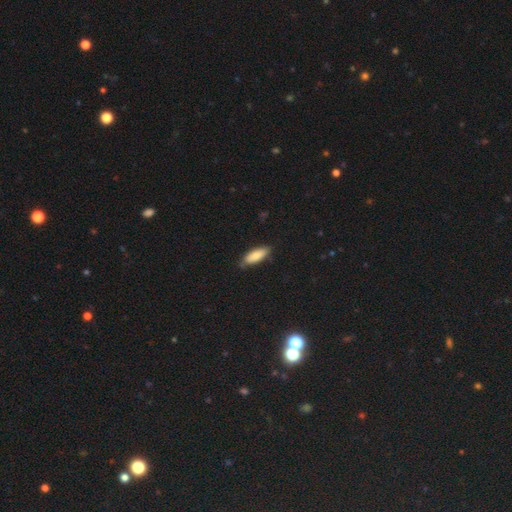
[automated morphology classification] type=smooth (80%); roundness=in between (65%); merging=none (76%).